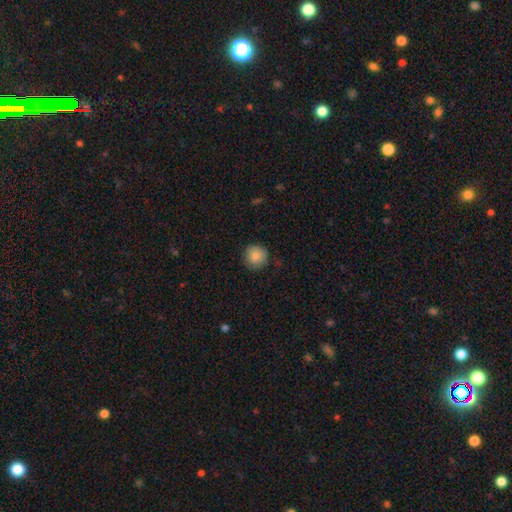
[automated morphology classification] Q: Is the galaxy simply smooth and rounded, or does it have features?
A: smooth — 85%.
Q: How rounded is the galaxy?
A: round — 94%.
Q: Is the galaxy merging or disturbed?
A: none — 87%.